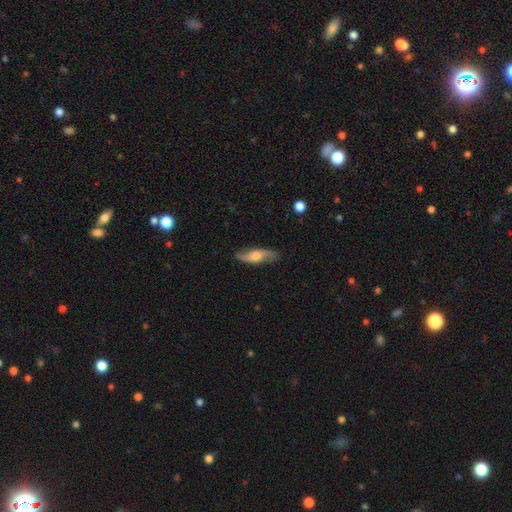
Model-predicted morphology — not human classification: type=featured or disk (61%); edge-on=no (67%); merging=none (83%).